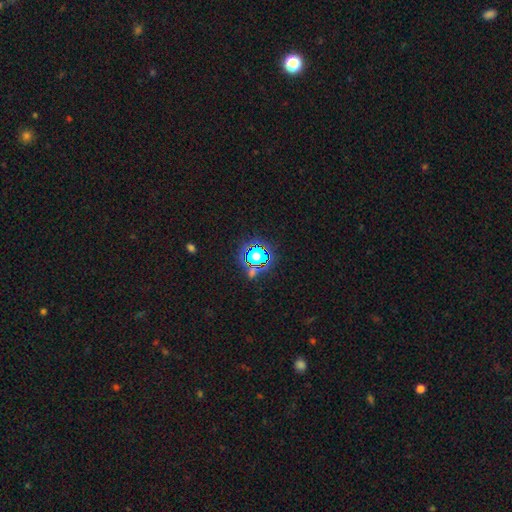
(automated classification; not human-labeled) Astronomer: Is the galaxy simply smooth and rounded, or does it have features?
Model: star or artifact — 60%.